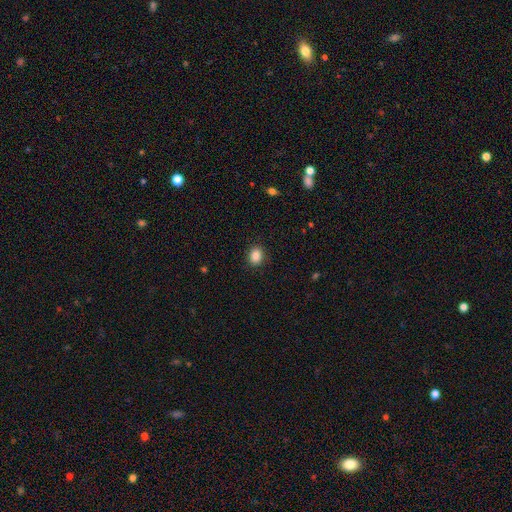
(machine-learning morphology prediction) smooth-or-featured: smooth: 87% | star or artifact: 9% | featured or disk: 4%
  how-rounded: in between: 56% | round: 43% | cigar-shaped: 1%
  merging: none: 90% | minor disturbance: 7% | major disturbance: 2% | merger: 1%